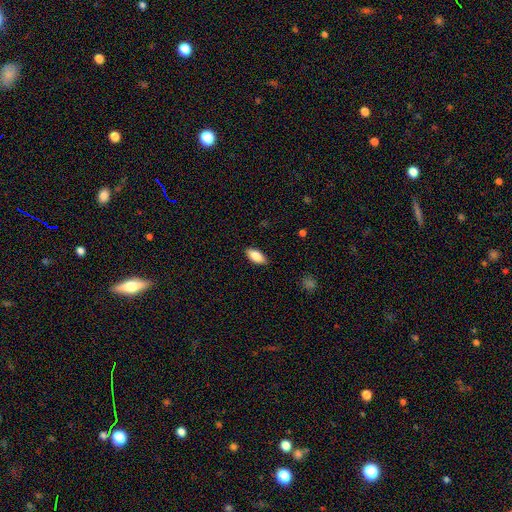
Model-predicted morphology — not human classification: The model was most divided on "smooth or featured": smooth: 85%, featured or disk: 9%, star or artifact: 6%. More confident: how rounded — in between (89%); merging — none (88%).